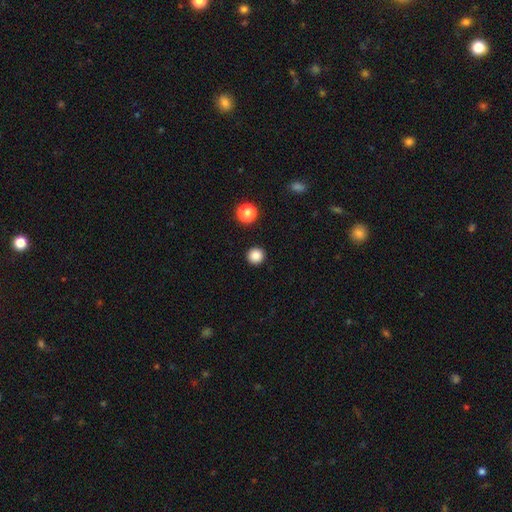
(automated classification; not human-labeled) smooth 86%, star or artifact 11%, featured or disk 3%. Down the decision tree: how rounded — round (95%); merging — none (93%).